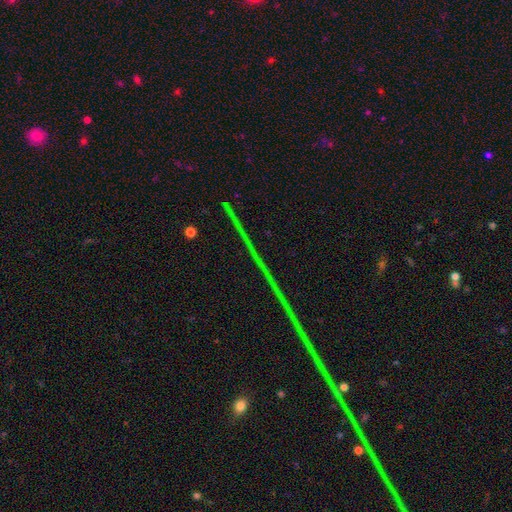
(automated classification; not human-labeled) The model was most divided on "smooth or featured": star or artifact: 85%, featured or disk: 9%, smooth: 7%.